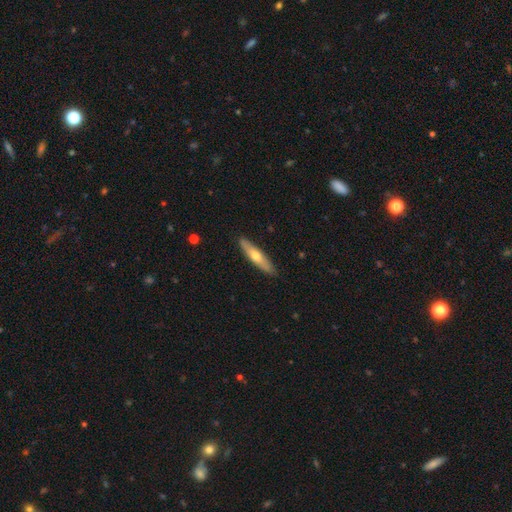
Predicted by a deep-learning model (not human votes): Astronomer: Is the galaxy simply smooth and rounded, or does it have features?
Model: smooth — 52% (runner-up: featured or disk, 42%).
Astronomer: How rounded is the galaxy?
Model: cigar-shaped — 81%.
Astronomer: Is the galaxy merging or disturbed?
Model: none — 89%.